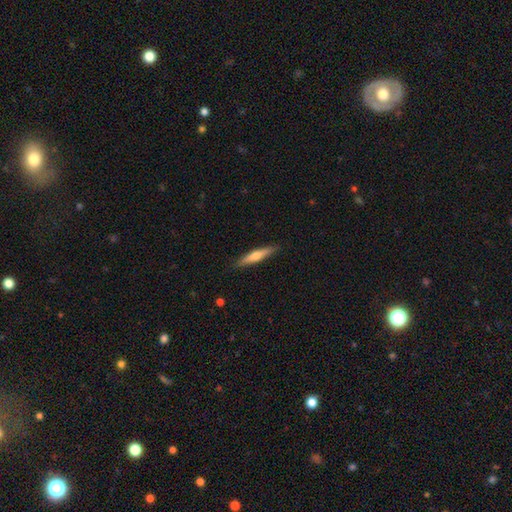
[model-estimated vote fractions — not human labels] Overall: smooth (55%; featured or disk 40%). How rounded: cigar-shaped (89%). Merging: none (88%).